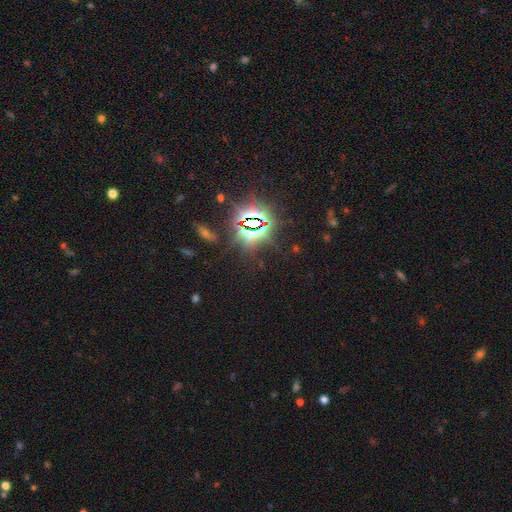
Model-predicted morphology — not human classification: Smooth or featured?
  - star or artifact: 82% *
  - smooth: 10%
  - featured or disk: 7%